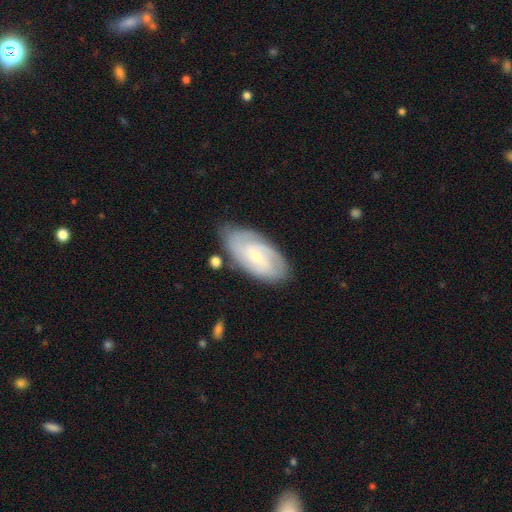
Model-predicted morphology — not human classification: This appears to be a featured or disk galaxy (74%) with no bar (56%), tight (57%) spiral arms (93%) and a small central bulge (67%). Merging: none (77%).